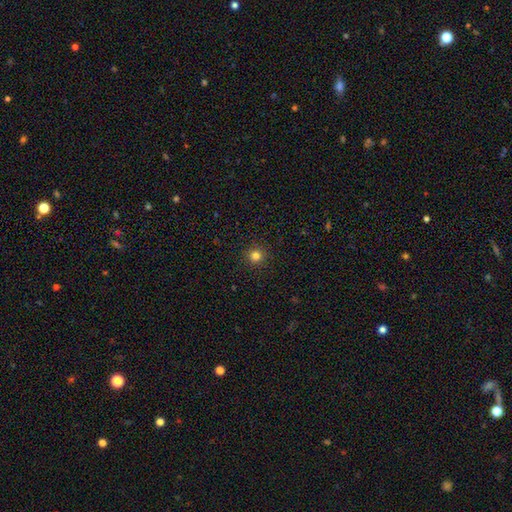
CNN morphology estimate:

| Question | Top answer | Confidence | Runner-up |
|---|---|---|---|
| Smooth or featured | smooth | 82% | star or artifact (14%) |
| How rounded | round | 95% | in between (4%) |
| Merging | none | 93% | minor disturbance (5%) |